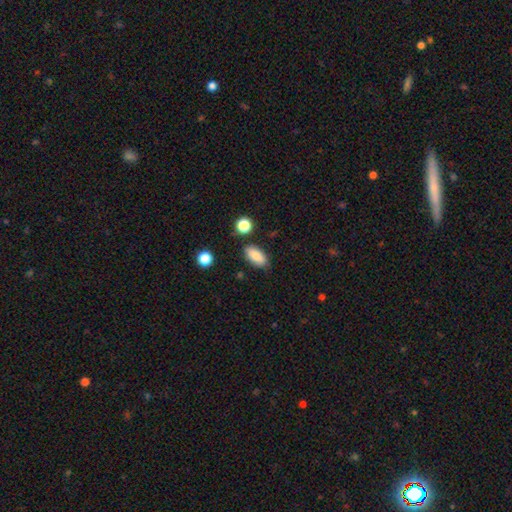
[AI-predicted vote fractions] Smooth or featured? Predicted: smooth (p=0.82). How rounded? Predicted: in between (p=0.90). Merging? Predicted: none (p=0.81).